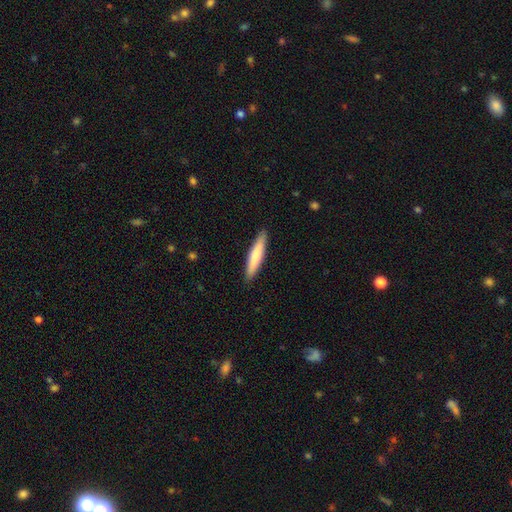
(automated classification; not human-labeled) This appears to be a smooth galaxy with no disk features (75%) that is cigar-shaped (91%). Merging: none (90%).